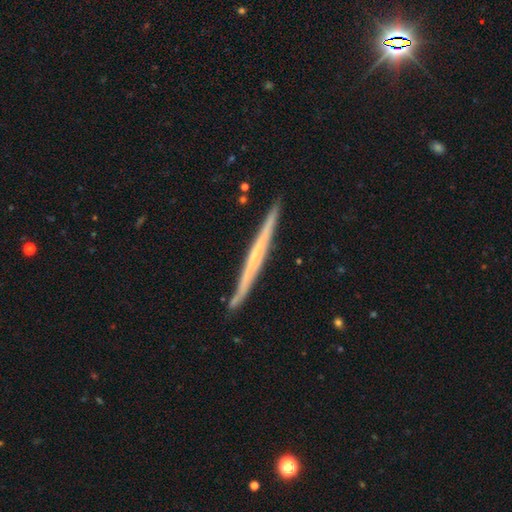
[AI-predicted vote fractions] A featured or disk galaxy (64%) viewed edge-on (98%) with no central bulge (79%).

Vote fractions:
- Smooth or featured? featured or disk: 64% / smooth: 30% / star or artifact: 5%
- Edge-on disk? yes: 98% / no: 2%
- Edge-on bulge? none: 79% / rounded: 15% / boxy: 6%
- Merging? none: 90% / minor disturbance: 7% / merger: 1% / major disturbance: 1%